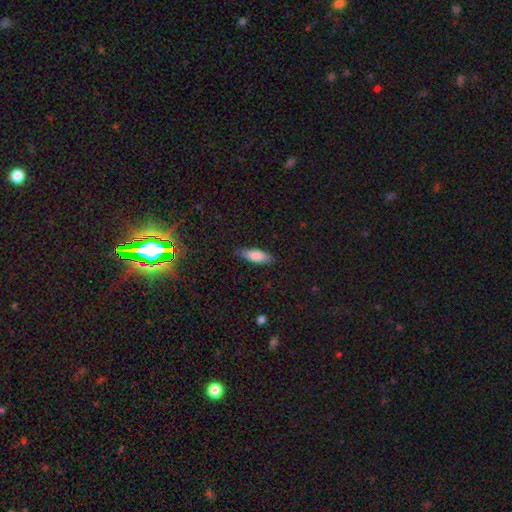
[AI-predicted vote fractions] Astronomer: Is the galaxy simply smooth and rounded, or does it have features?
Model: smooth — 82%.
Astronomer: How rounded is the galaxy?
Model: in between — 62%.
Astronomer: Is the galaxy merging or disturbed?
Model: none — 82%.